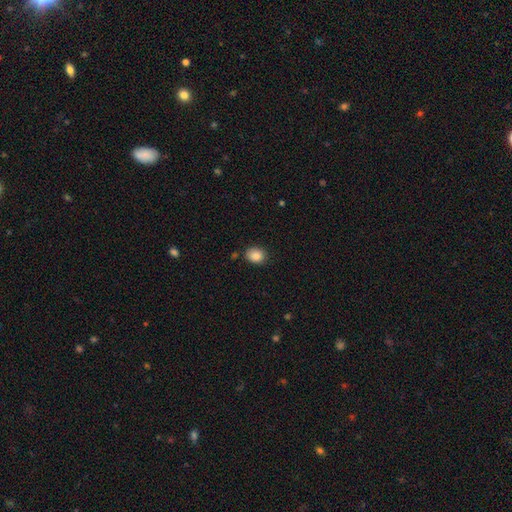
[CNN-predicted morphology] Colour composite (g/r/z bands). It shows a smooth galaxy with no disk features (86%) that is round (52%). Merging: none (84%).